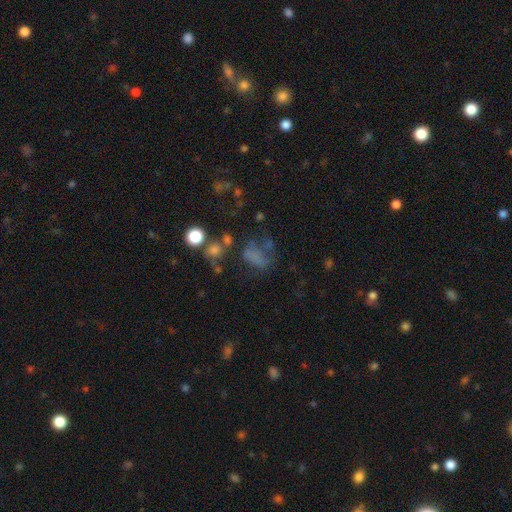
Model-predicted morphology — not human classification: Smooth or featured?
  - smooth: 55% *
  - star or artifact: 24%
  - featured or disk: 21%
How rounded?
  - in between: 67% *
  - round: 30%
  - cigar-shaped: 3%
Merging?
  - none: 36% *
  - major disturbance: 31%
  - minor disturbance: 20%
  - merger: 13%